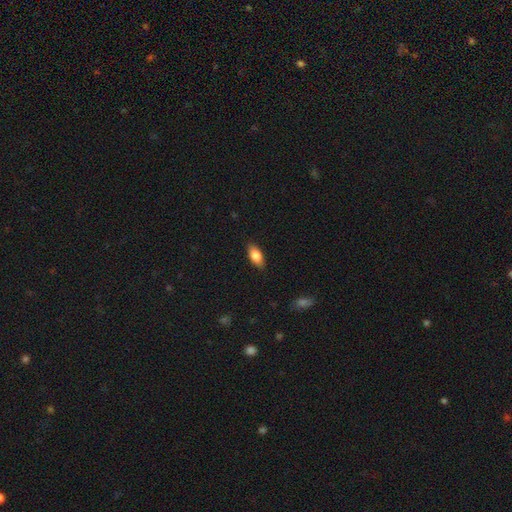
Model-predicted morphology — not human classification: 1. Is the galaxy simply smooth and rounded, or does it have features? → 84% smooth, 10% featured or disk, 7% star or artifact.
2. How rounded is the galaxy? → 88% in between, 9% cigar-shaped, 3% round.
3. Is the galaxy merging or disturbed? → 86% none, 11% minor disturbance, 2% major disturbance, 1% merger.